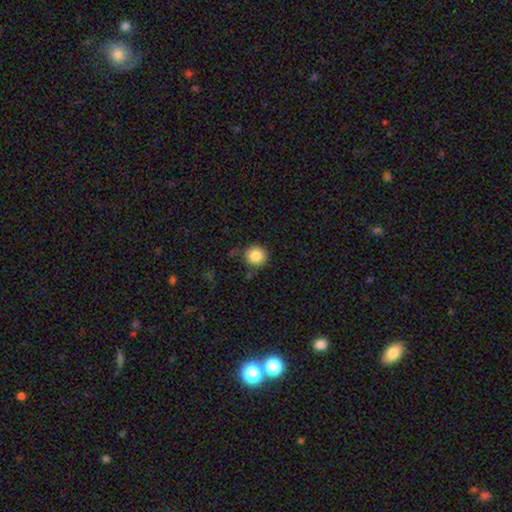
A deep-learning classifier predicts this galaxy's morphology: smooth_or_featured: smooth (p=0.85) [alt: star or artifact p=0.10]
how_rounded: round (p=0.93) [alt: in between p=0.06]
merging: none (p=0.82) [alt: minor disturbance p=0.11]